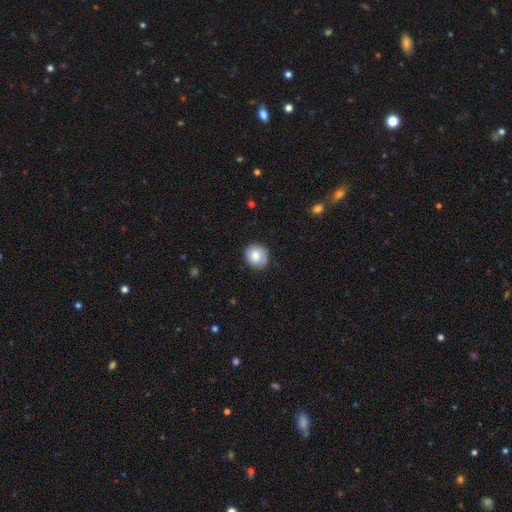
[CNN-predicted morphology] This is clearly a smooth galaxy (80%). How rounded: clearly round (84%). Merging: likely none (79%).